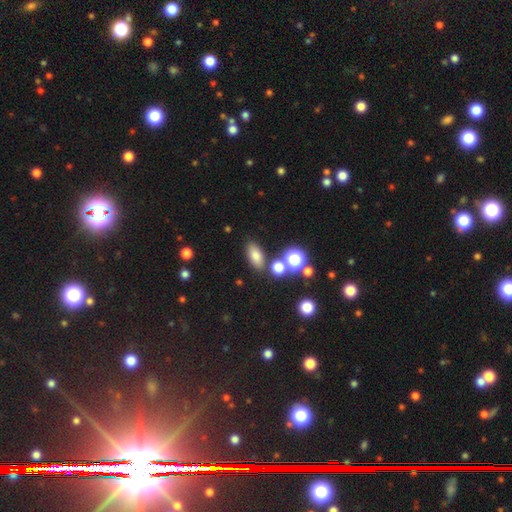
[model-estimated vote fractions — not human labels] This is likely a smooth galaxy (75%). How rounded: likely in between (79%). Merging: likely none (79%).